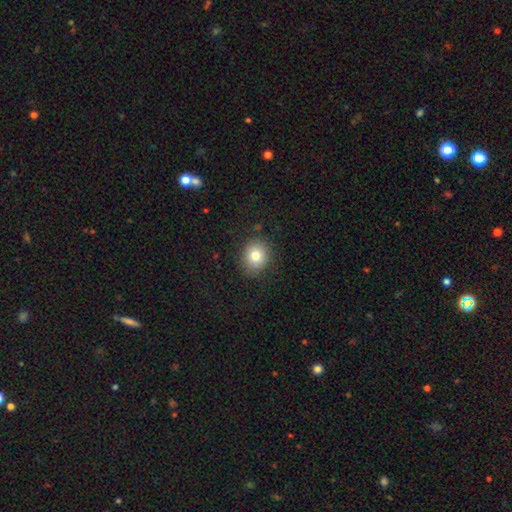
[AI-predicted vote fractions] Smooth or featured?
  - smooth: 79% *
  - star or artifact: 11%
  - featured or disk: 10%
How rounded?
  - round: 76% *
  - in between: 23%
  - cigar-shaped: 1%
Merging?
  - none: 86% *
  - minor disturbance: 9%
  - major disturbance: 3%
  - merger: 1%